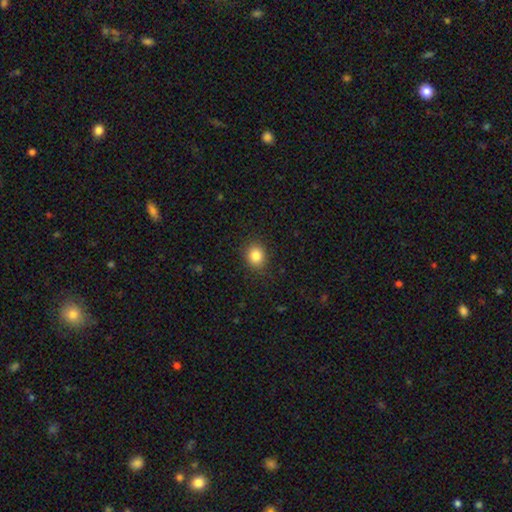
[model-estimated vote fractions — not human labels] Morphology: type=smooth (84%); roundness=round (72%); merging=none (88%).